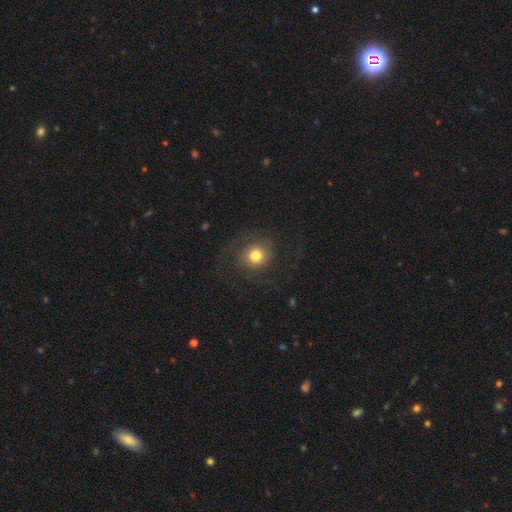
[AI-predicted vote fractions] Overall: smooth (66%). How rounded: round (89%). Merging: none (72%).